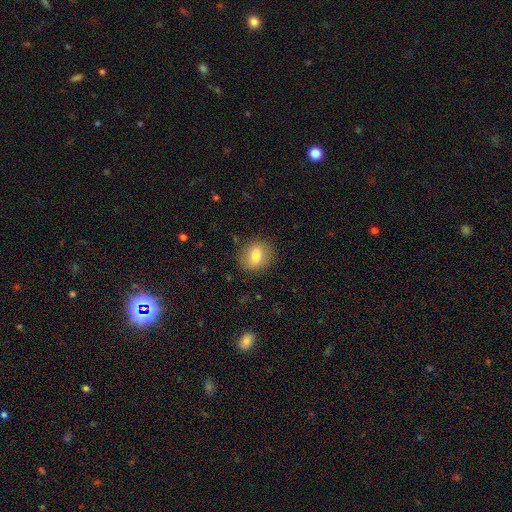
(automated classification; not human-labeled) Q: Smooth or featured?
A: smooth (76%); runner-up: featured or disk (15%)
Q: How rounded?
A: round (66%); runner-up: in between (33%)
Q: Merging?
A: none (86%); runner-up: minor disturbance (10%)